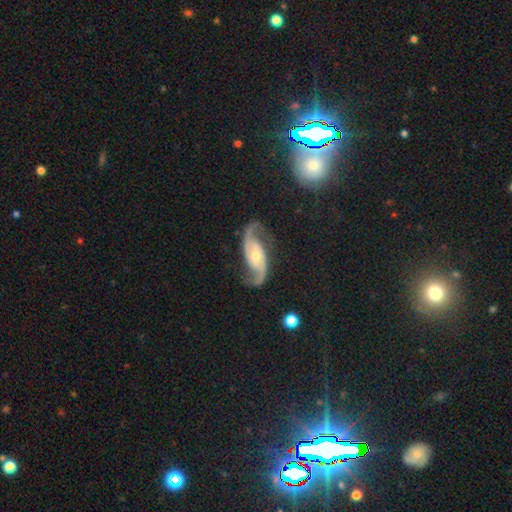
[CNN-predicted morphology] Smooth or featured? featured or disk (90%)
Edge-on disk? no (97%)
Bar? no (55%)
Spiral arms? yes (98%)
Spiral winding? loose (44%)
Spiral arm count? 2 (94%)
Bulge size? small (52%)
Merging? none (77%)